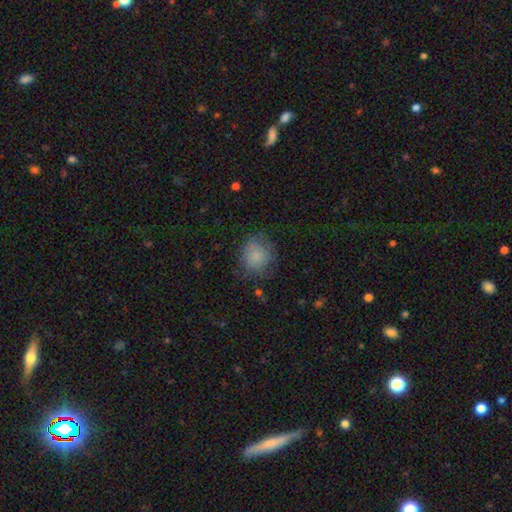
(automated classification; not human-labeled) Smooth or featured?
  - smooth: 81% *
  - star or artifact: 10%
  - featured or disk: 9%
How rounded?
  - round: 84% *
  - in between: 15%
  - cigar-shaped: 1%
Merging?
  - none: 71% *
  - minor disturbance: 20%
  - major disturbance: 8%
  - merger: 1%